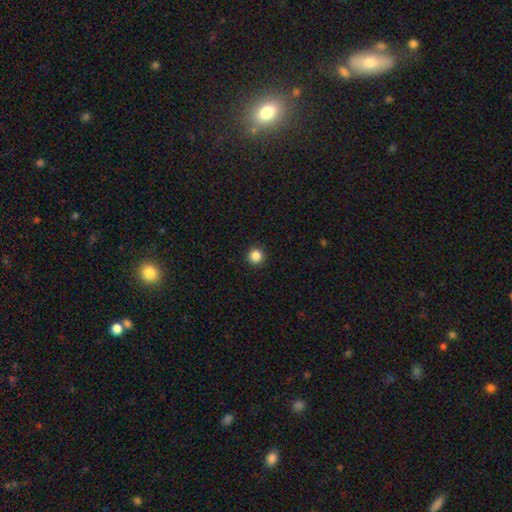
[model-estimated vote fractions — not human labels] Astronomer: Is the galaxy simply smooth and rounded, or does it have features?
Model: smooth — 86%.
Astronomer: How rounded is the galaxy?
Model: round — 95%.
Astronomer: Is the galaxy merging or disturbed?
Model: none — 93%.